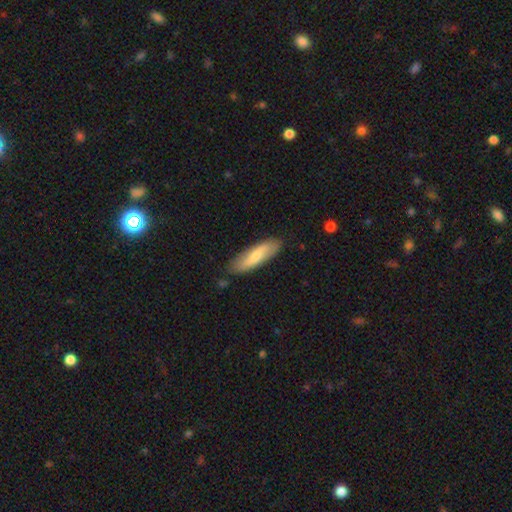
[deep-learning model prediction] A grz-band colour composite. It shows a smooth galaxy with no disk features (65%) that is cigar-shaped (55%). Merging: none (83%).